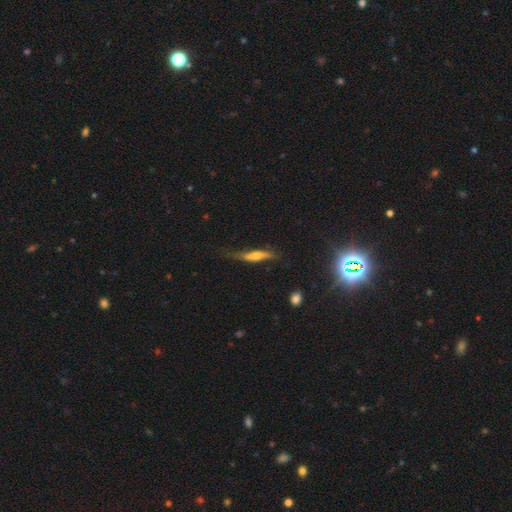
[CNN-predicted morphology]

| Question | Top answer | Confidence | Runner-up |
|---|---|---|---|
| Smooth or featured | featured or disk | 56% | smooth (36%) |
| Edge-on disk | yes | 80% | no (20%) |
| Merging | none | 55% | minor disturbance (30%) |